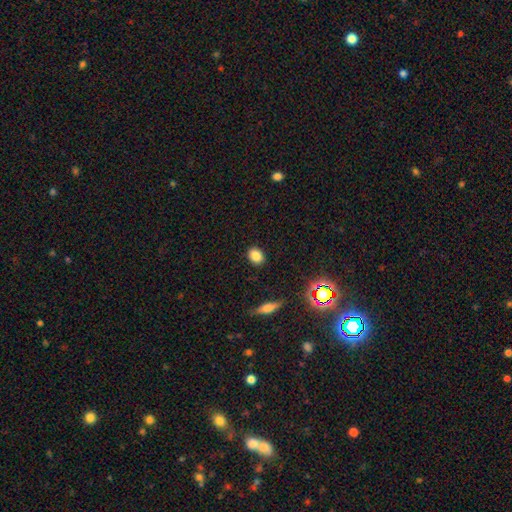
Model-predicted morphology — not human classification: type=smooth (82%); roundness=in between (61%); merging=none (88%).